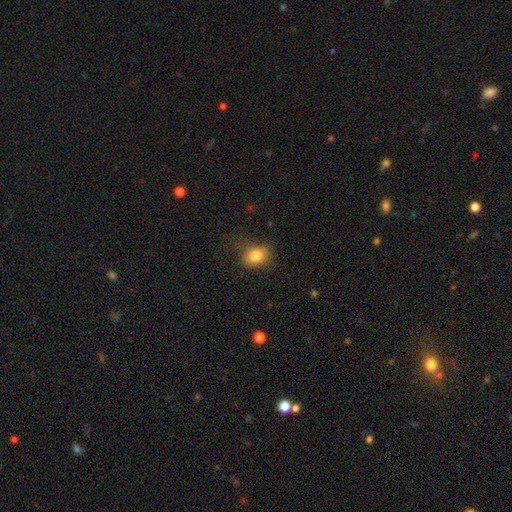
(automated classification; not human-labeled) smooth 83%, star or artifact 10%, featured or disk 7%. Down the decision tree: how rounded — in between (58%); merging — none (71%).